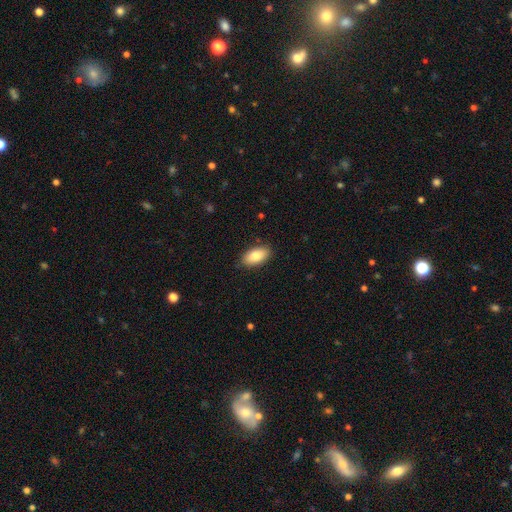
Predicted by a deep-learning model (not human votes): Smooth or featured: smooth — 85% (featured or disk — 9%)
How rounded: in between — 93% (cigar-shaped — 4%)
Merging: none — 87% (minor disturbance — 10%)